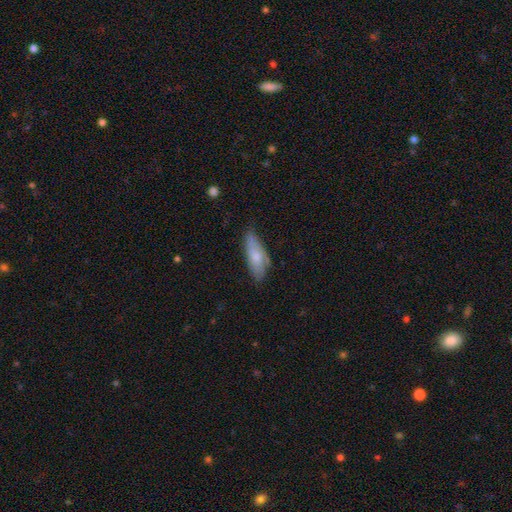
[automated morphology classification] Smooth or featured: smooth — 65% (featured or disk — 28%)
How rounded: in between — 64% (cigar-shaped — 34%)
Merging: none — 61% (minor disturbance — 30%)